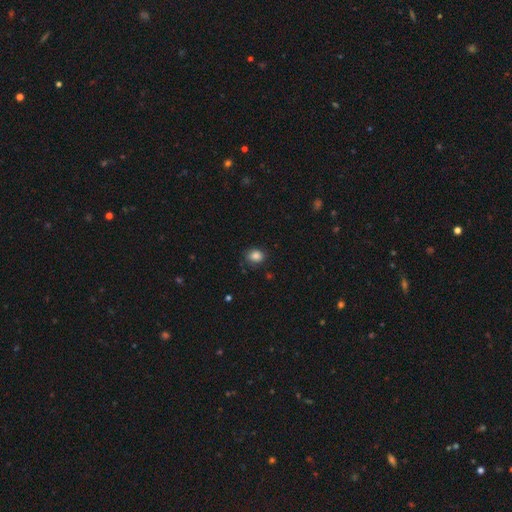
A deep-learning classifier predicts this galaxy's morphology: smooth_or_featured: smooth (p=0.85) [alt: star or artifact p=0.10]
how_rounded: round (p=0.53) [alt: in between p=0.46]
merging: none (p=0.81) [alt: minor disturbance p=0.15]